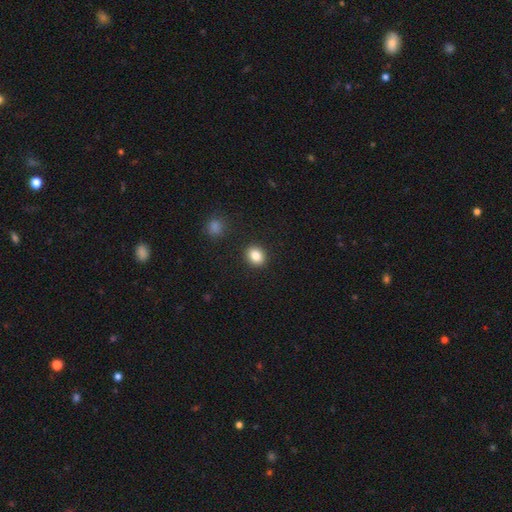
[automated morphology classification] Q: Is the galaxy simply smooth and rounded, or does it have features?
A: smooth — 85%.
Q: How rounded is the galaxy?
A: round — 62%.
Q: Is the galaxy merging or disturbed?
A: none — 90%.